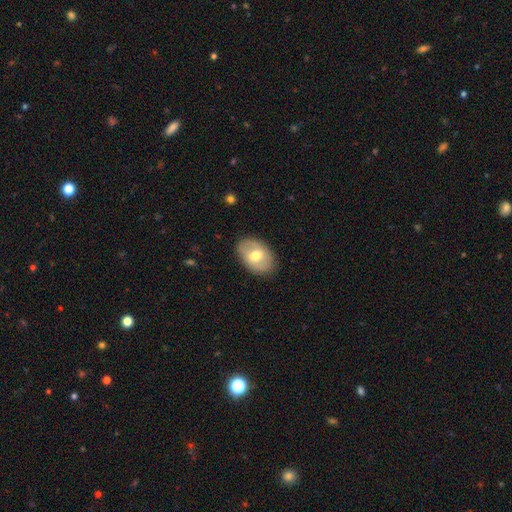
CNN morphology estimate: smooth-or-featured: smooth: 53% | featured or disk: 41% | star or artifact: 6%
  how-rounded: in between: 83% | round: 16% | cigar-shaped: 1%
  merging: none: 84% | minor disturbance: 12% | major disturbance: 3% | merger: 1%